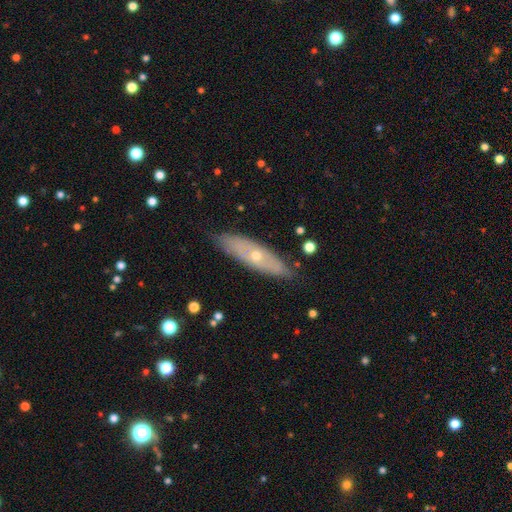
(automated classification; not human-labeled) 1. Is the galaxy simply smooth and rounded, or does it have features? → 55% featured or disk, 38% smooth, 7% star or artifact.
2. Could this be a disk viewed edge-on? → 56% no, 44% yes.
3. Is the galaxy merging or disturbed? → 82% none, 14% minor disturbance, 3% major disturbance, 1% merger.